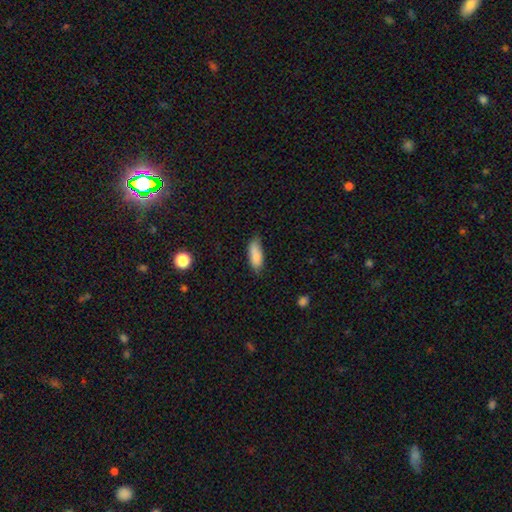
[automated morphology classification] Smooth or featured?
  - smooth: 87% *
  - star or artifact: 7%
  - featured or disk: 6%
How rounded?
  - in between: 67% *
  - cigar-shaped: 31%
  - round: 2%
Merging?
  - none: 74% *
  - minor disturbance: 21%
  - major disturbance: 4%
  - merger: 2%